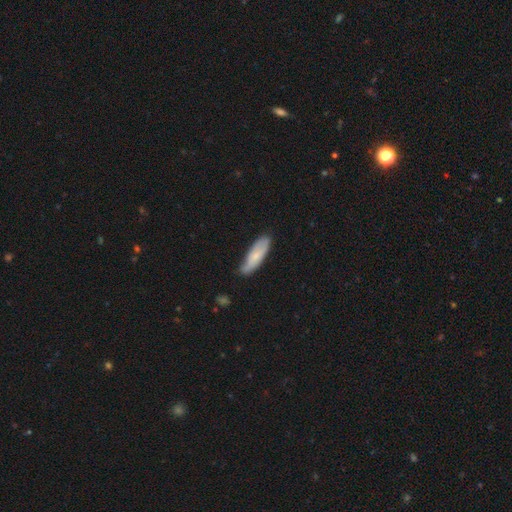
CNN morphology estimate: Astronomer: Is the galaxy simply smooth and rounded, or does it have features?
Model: smooth — 68%.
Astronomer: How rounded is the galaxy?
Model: cigar-shaped — 50% (runner-up: in between, 48%).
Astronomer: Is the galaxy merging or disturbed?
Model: none — 70%.